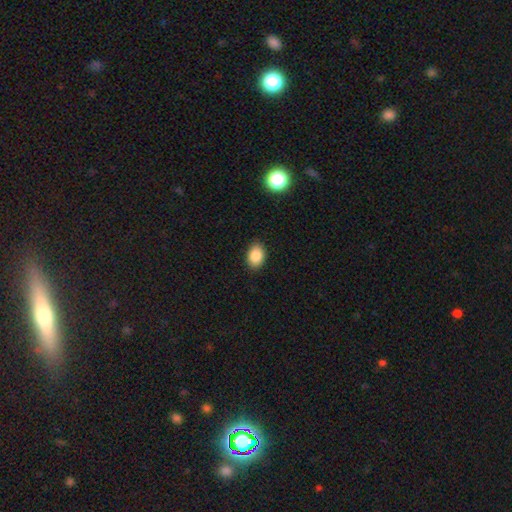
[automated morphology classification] Overall: smooth (87%). How rounded: in between (81%). Merging: none (88%).